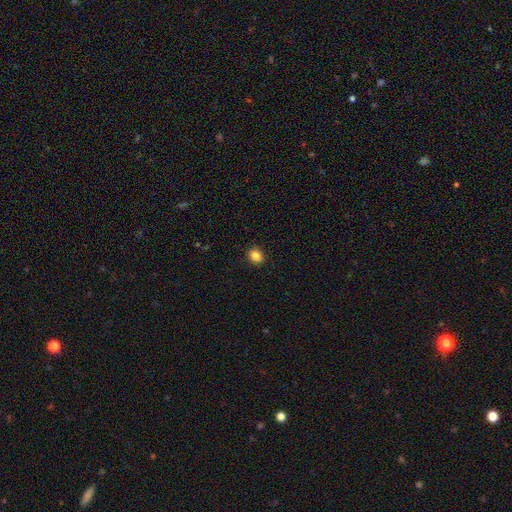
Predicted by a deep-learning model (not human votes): Overall: smooth (86%). How rounded: in between (53%; round 46%). Merging: none (90%).